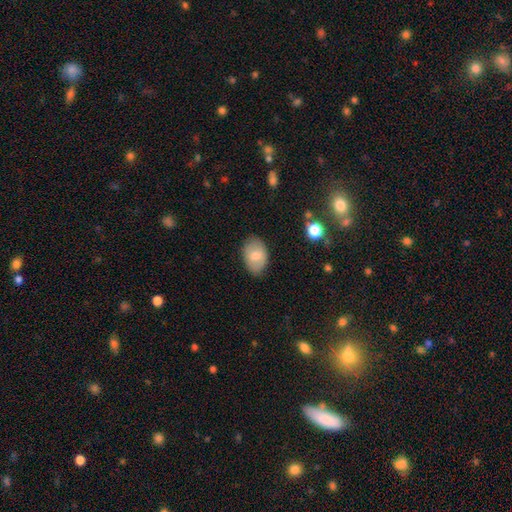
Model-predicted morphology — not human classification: Smooth or featured: smooth — 74% (featured or disk — 19%)
How rounded: in between — 86% (round — 13%)
Merging: none — 82% (minor disturbance — 13%)